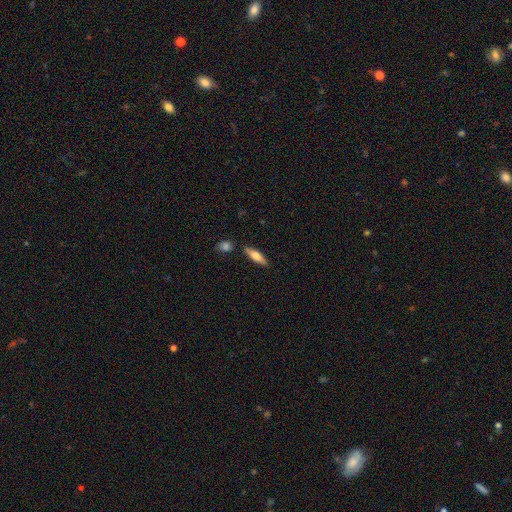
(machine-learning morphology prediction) Smooth or featured: smooth — 62% (featured or disk — 32%)
How rounded: cigar-shaped — 58% (in between — 40%)
Merging: none — 82% (minor disturbance — 11%)